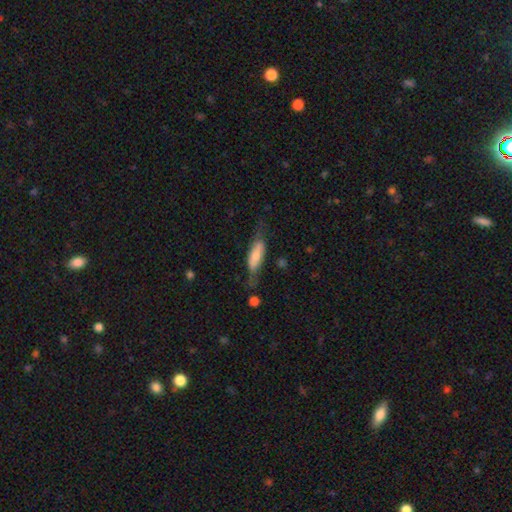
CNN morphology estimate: Overall: smooth (57%; featured or disk 37%). How rounded: in between (51%; cigar-shaped 46%). Merging: none (51%; minor disturbance 29%).